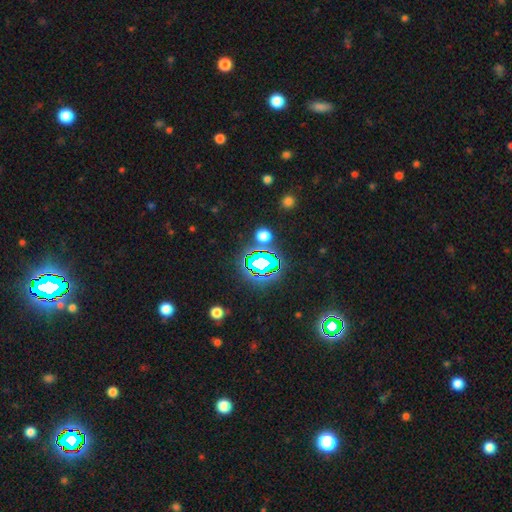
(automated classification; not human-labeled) Smooth or featured?
  - star or artifact: 73% *
  - smooth: 18%
  - featured or disk: 9%